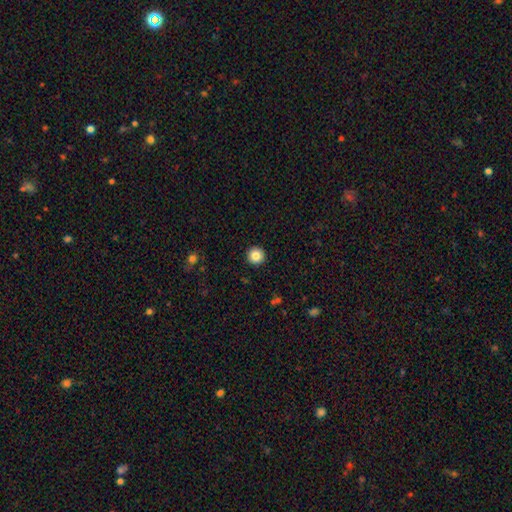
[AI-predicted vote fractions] Morphology: type=smooth (85%); roundness=round (96%); merging=none (94%).